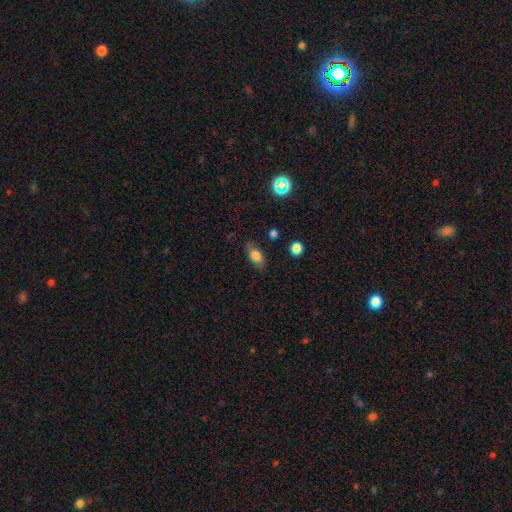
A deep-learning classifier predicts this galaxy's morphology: This appears to be a smooth galaxy with no disk features (75%) that is in between round and cigar-shaped (84%). Merging: none (78%).